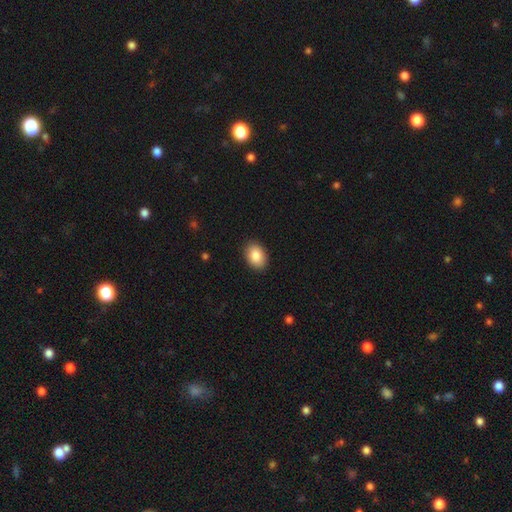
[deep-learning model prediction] smooth-or-featured: smooth: 86% | star or artifact: 7% | featured or disk: 7%
  how-rounded: in between: 82% | round: 17% | cigar-shaped: 1%
  merging: none: 90% | minor disturbance: 7% | major disturbance: 2% | merger: 1%